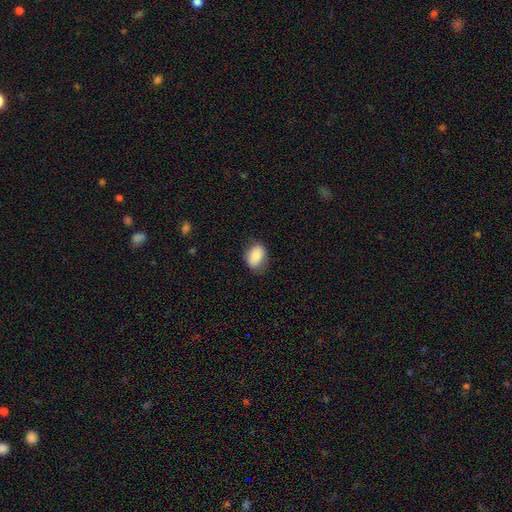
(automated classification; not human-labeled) This appears to be a smooth galaxy with no disk features (85%) that is in between round and cigar-shaped (75%). Merging: none (73%).